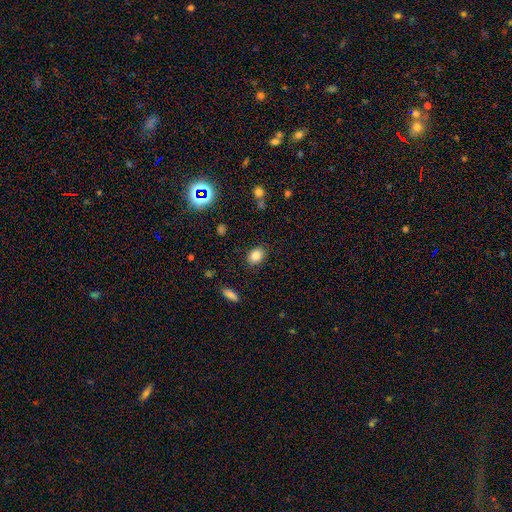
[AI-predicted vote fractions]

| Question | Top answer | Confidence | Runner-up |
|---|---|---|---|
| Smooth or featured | smooth | 82% | star or artifact (11%) |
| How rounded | in between | 71% | round (28%) |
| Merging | none | 86% | minor disturbance (10%) |